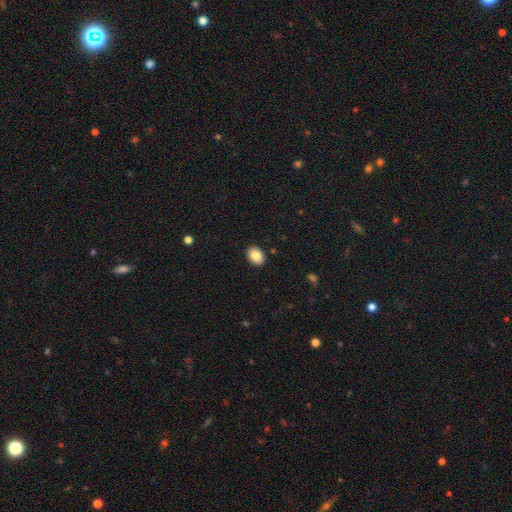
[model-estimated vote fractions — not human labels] This is clearly a smooth galaxy (86%). How rounded: likely in between (74%). Merging: clearly none (91%).